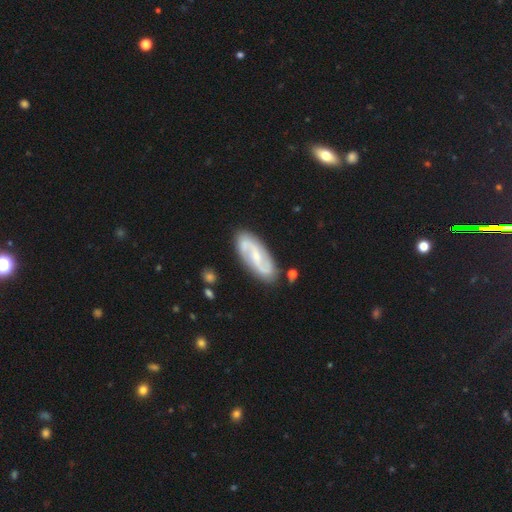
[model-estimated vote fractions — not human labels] The model was most divided on "spiral winding": medium: 43%, loose: 36%, tight: 21%. Remaining: spiral arms — yes (94%); edge-on disk — no (94%); spiral arm count — 2 (91%); merging — none (86%); smooth or featured — featured or disk (81%); bulge size — small (66%); bar — weak (43%).